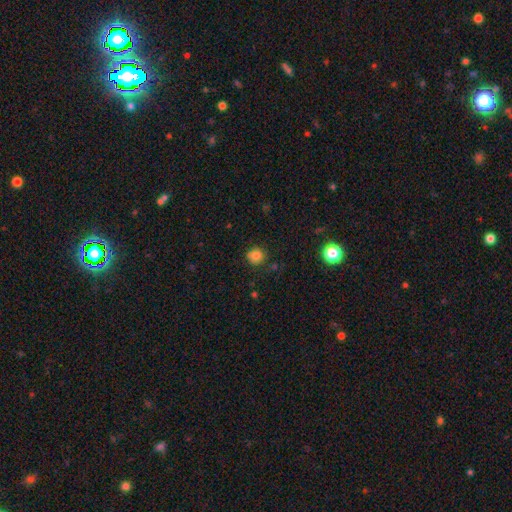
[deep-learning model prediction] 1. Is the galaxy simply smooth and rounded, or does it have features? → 82% smooth, 13% star or artifact, 5% featured or disk.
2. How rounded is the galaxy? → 87% round, 12% in between, 1% cigar-shaped.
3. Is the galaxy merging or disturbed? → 80% none, 14% minor disturbance, 3% major disturbance, 3% merger.